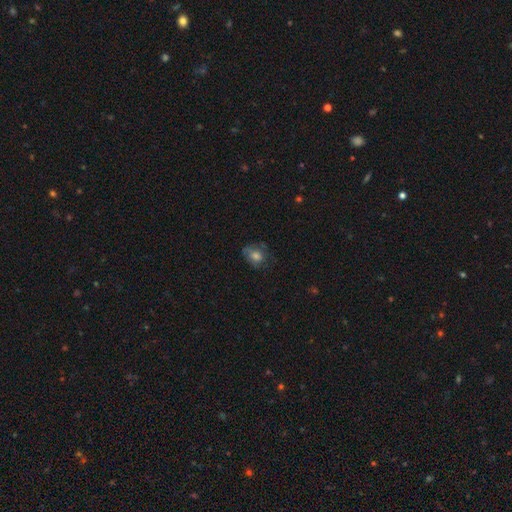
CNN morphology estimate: type=smooth (62%); roundness=round (53%); merging=none (57%).